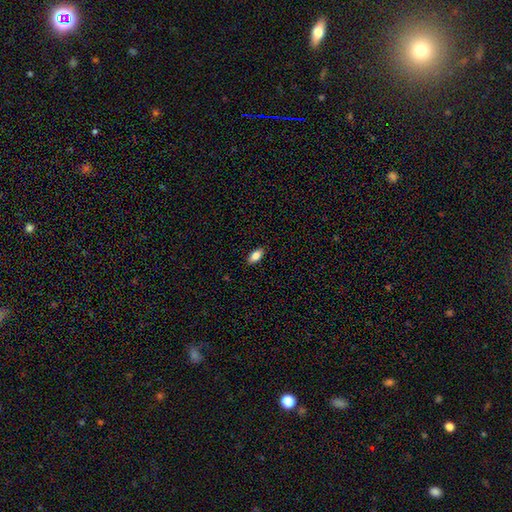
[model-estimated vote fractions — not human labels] Smooth or featured? smooth (85%)
How rounded? in between (90%)
Merging? none (88%)